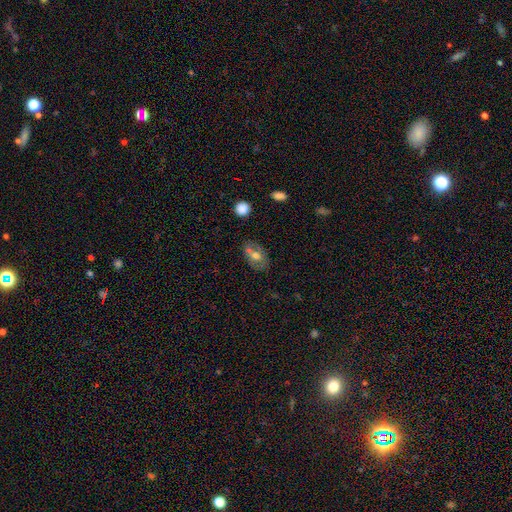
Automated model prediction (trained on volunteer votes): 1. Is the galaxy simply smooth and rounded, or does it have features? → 56% smooth, 35% featured or disk, 8% star or artifact.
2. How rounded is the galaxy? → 81% in between, 17% round, 2% cigar-shaped.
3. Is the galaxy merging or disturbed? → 60% none, 18% merger, 17% minor disturbance, 5% major disturbance.